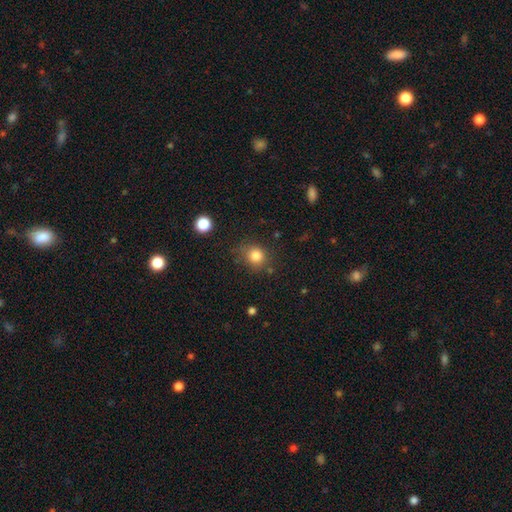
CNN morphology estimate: Smooth or featured?
  - smooth: 82% *
  - star or artifact: 12%
  - featured or disk: 6%
How rounded?
  - round: 77% *
  - in between: 22%
  - cigar-shaped: 1%
Merging?
  - none: 74% *
  - minor disturbance: 16%
  - major disturbance: 6%
  - merger: 4%